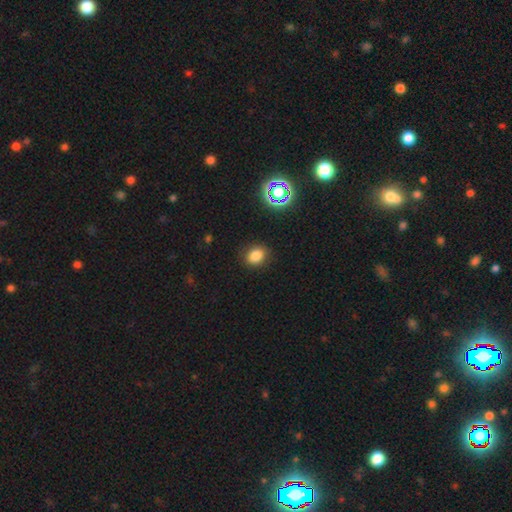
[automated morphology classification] Smooth or featured? smooth (80%)
How rounded? round (53%)
Merging? none (86%)